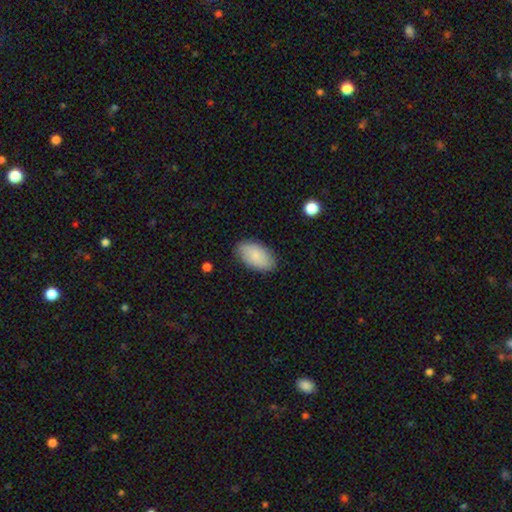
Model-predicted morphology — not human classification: Smooth or featured: smooth — 85% (featured or disk — 9%)
How rounded: in between — 95% (round — 3%)
Merging: none — 85% (minor disturbance — 12%)